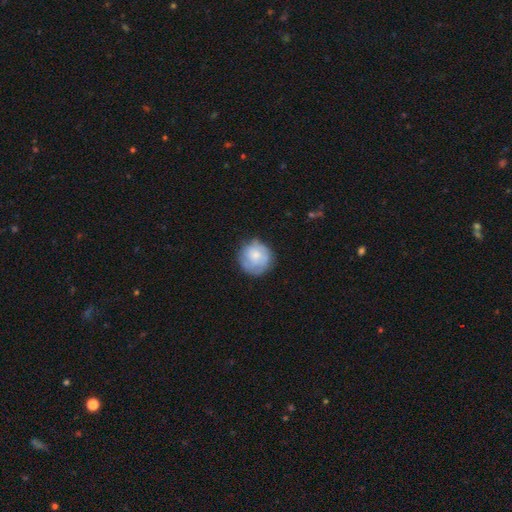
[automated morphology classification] type=smooth (59%); roundness=round (91%); merging=none (74%).